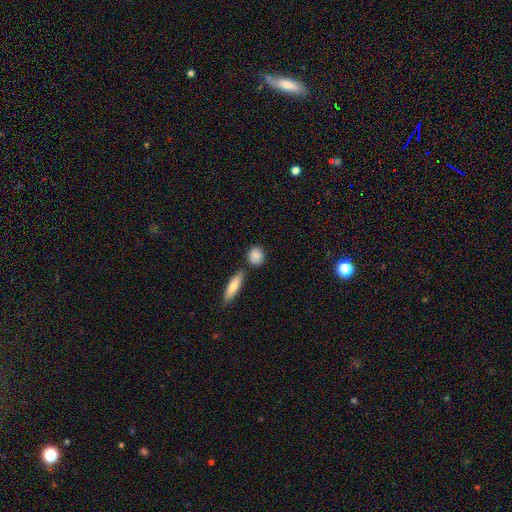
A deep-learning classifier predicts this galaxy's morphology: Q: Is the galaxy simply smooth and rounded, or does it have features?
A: smooth — 84%.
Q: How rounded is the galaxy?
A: round — 66%.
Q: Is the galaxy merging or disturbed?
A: none — 73%.